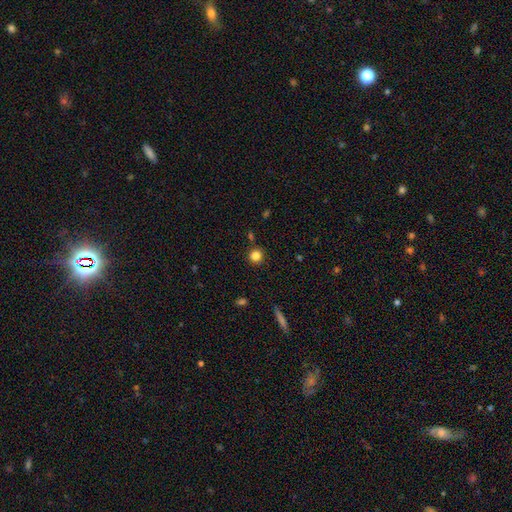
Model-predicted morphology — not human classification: Smooth or featured?
  - smooth: 83% *
  - star or artifact: 12%
  - featured or disk: 5%
How rounded?
  - round: 93% *
  - in between: 6%
  - cigar-shaped: 1%
Merging?
  - none: 88% *
  - minor disturbance: 7%
  - merger: 3%
  - major disturbance: 2%